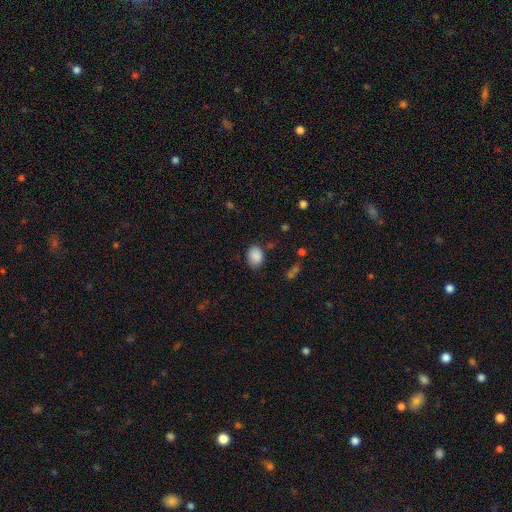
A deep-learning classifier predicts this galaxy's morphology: Overall: smooth (88%). How rounded: in between (72%). Merging: none (77%).